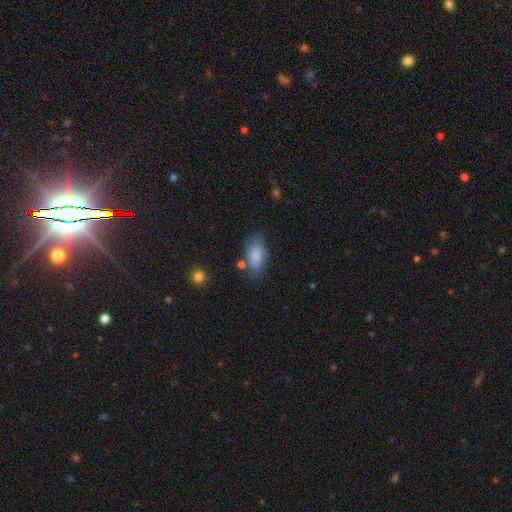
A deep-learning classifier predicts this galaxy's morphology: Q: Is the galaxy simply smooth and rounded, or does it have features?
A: smooth — 83%.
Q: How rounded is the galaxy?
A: in between — 89%.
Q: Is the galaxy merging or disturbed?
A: none — 68%.